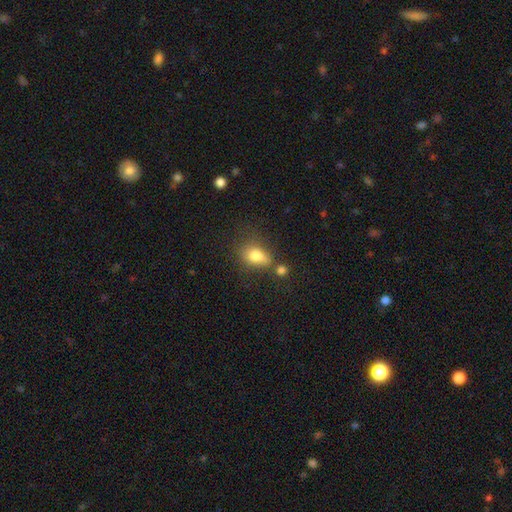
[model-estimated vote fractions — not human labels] smooth_or_featured: smooth (p=0.79) [alt: featured or disk p=0.11]
how_rounded: in between (p=0.76) [alt: round p=0.21]
merging: none (p=0.40) [alt: merger p=0.24]